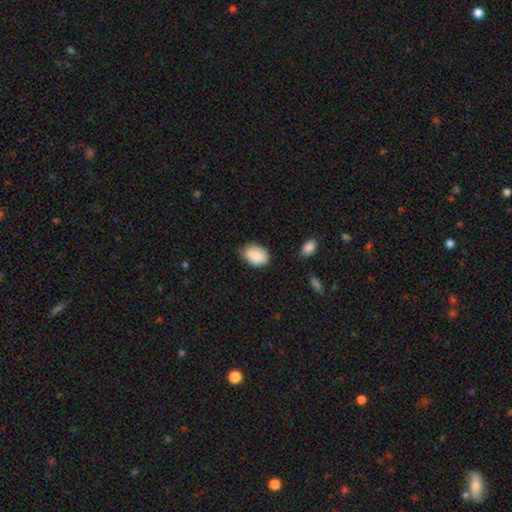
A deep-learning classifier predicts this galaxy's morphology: This appears to be a smooth galaxy with no disk features (88%) that is in between round and cigar-shaped (82%). Merging: none (70%).